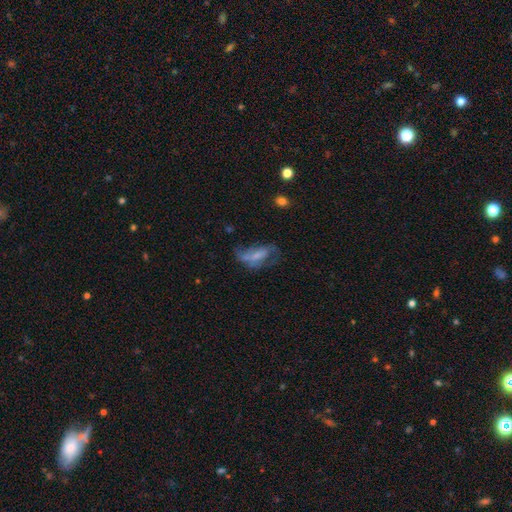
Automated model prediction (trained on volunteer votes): Smooth or featured? Predicted: featured or disk (p=0.47). Merging? Predicted: major disturbance (p=0.41).